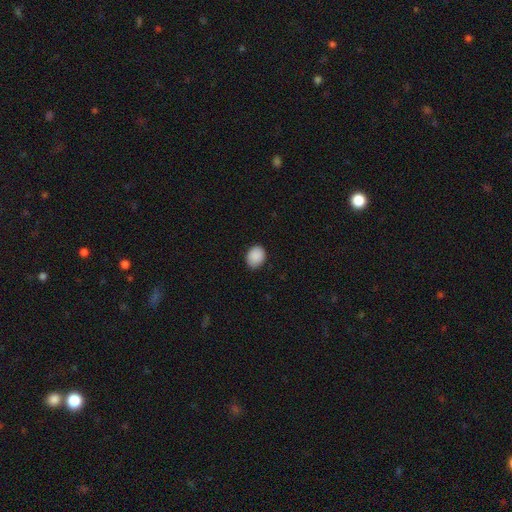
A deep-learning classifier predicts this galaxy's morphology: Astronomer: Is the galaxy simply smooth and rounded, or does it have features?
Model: smooth — 90%.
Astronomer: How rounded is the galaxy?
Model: in between — 52% (runner-up: round, 47%).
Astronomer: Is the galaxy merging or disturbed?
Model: none — 84%.